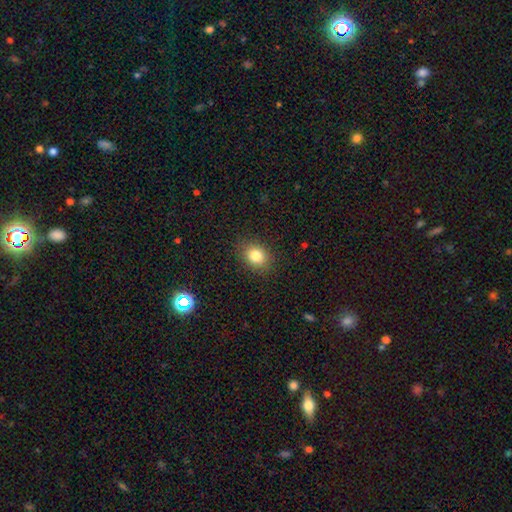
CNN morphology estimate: Smooth or featured?
  - smooth: 81% *
  - star or artifact: 11%
  - featured or disk: 7%
How rounded?
  - round: 51% *
  - in between: 48%
  - cigar-shaped: 1%
Merging?
  - none: 87% *
  - minor disturbance: 9%
  - major disturbance: 3%
  - merger: 1%